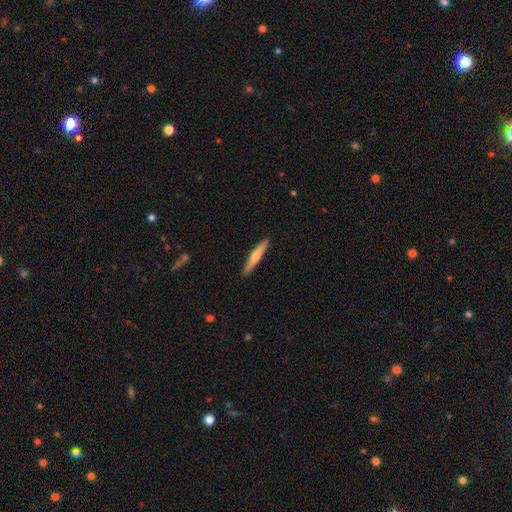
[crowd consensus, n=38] smooth 50% (tied), featured or disk 50% (tied), star or artifact 0%. Down the decision tree: how rounded — cigar-shaped (89%); merging — none (95%).